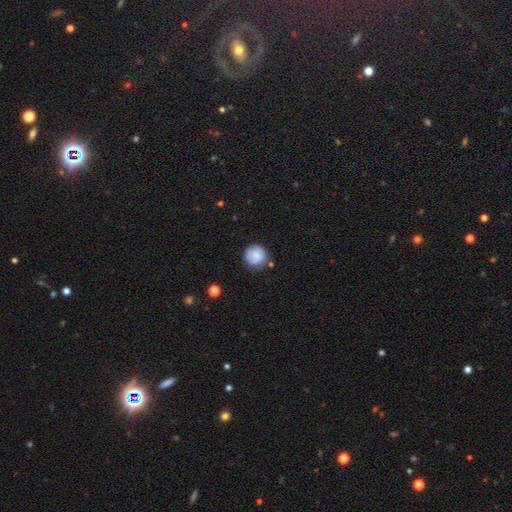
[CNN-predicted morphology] Q: Smooth or featured?
A: smooth (72%); runner-up: featured or disk (20%)
Q: How rounded?
A: round (92%); runner-up: in between (7%)
Q: Merging?
A: none (73%); runner-up: minor disturbance (19%)